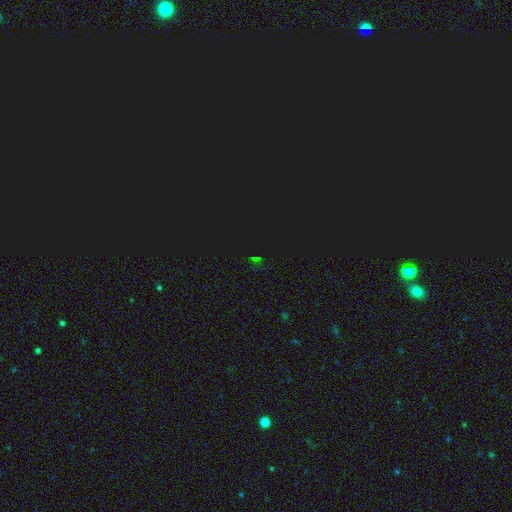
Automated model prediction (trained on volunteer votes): This appears to be a star or artifact, not a galaxy (73%).